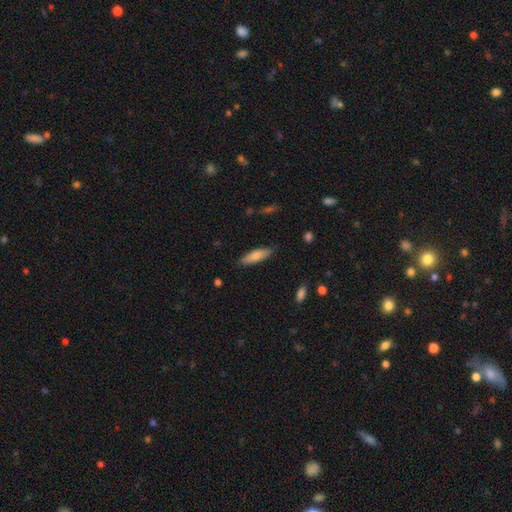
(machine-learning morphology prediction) Smooth or featured: smooth — 78% (featured or disk — 16%)
How rounded: cigar-shaped — 53% (in between — 46%)
Merging: none — 84% (minor disturbance — 12%)